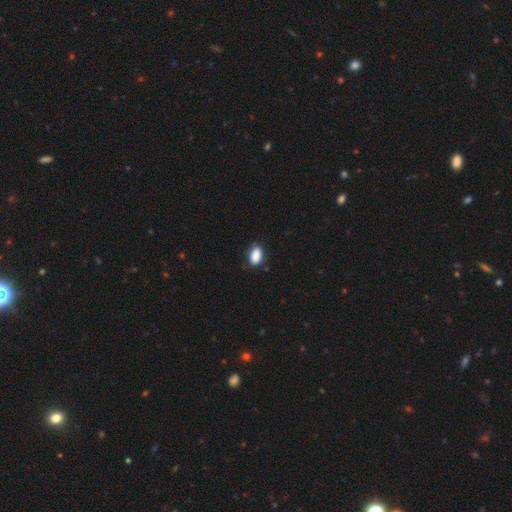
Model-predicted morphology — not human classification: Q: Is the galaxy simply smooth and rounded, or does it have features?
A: smooth — 88%.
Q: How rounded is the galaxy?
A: in between — 92%.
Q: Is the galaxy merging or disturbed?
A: none — 78%.